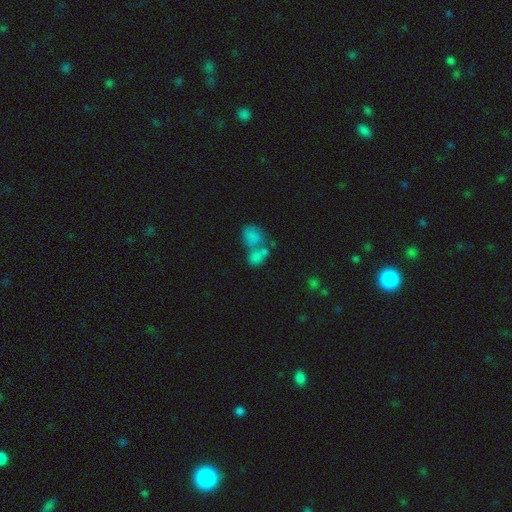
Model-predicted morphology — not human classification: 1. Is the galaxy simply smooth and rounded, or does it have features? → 72% smooth, 15% featured or disk, 13% star or artifact.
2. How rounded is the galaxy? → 74% in between, 23% round, 2% cigar-shaped.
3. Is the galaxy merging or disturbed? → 65% merger, 21% none, 8% minor disturbance, 6% major disturbance.